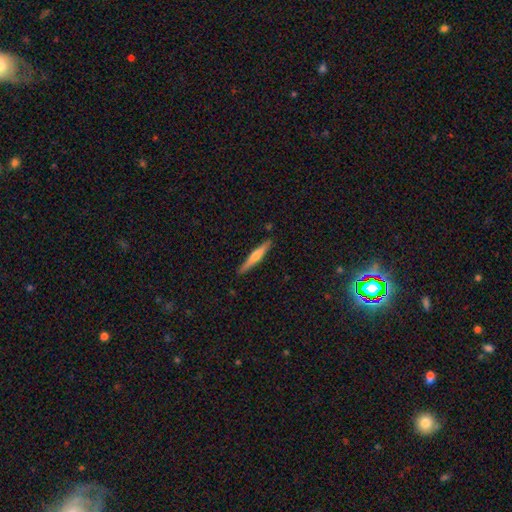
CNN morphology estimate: This is possibly a featured or disk galaxy (54%). It is clearly viewed edge-on (97%). Edge-on bulge: clearly rounded (81%). Merging: clearly none (90%).